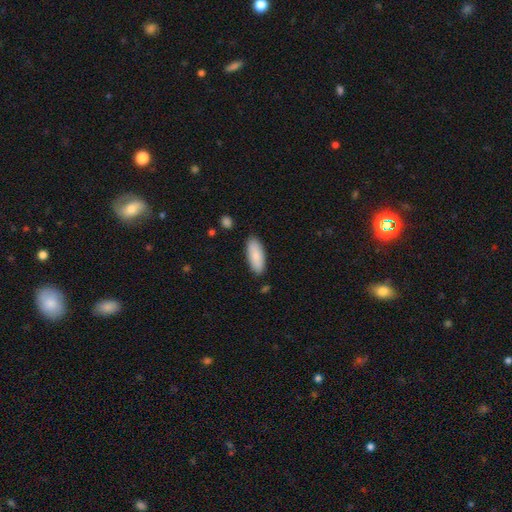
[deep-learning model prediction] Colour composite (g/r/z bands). It shows a smooth galaxy with no disk features (87%) that is in between round and cigar-shaped (74%). Merging: none (86%).